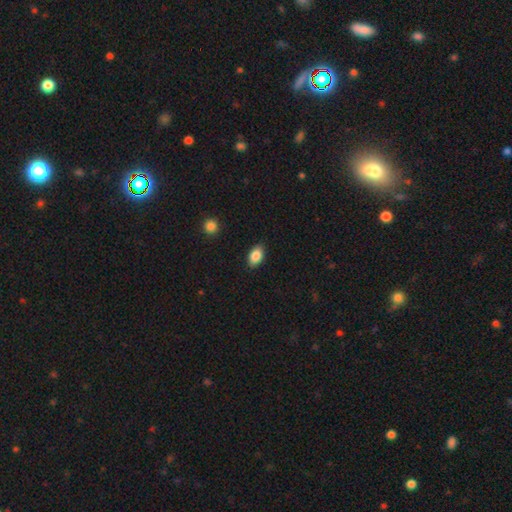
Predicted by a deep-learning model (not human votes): Smooth or featured? smooth (87%)
How rounded? in between (90%)
Merging? none (87%)